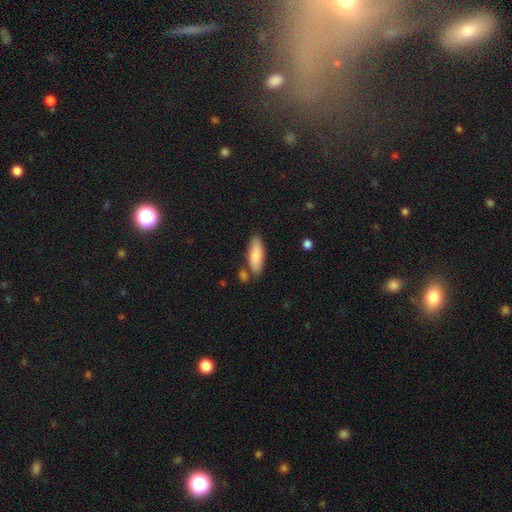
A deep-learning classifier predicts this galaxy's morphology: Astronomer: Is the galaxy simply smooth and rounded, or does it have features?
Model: smooth — 79%.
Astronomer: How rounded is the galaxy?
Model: in between — 62%.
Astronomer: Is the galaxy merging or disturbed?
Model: none — 75%.